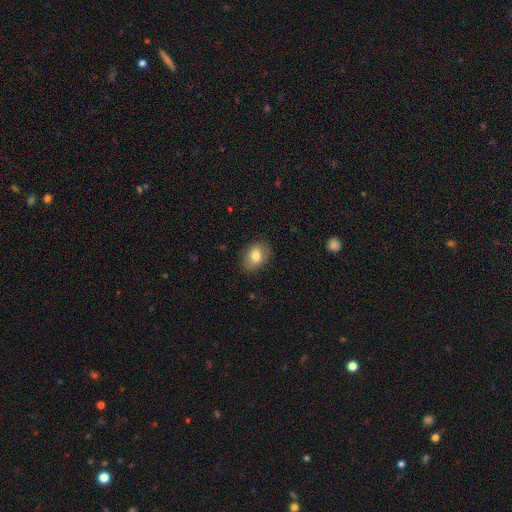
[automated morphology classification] smooth 77%, featured or disk 15%, star or artifact 8%. Down the decision tree: how rounded — in between (77%); merging — none (83%).